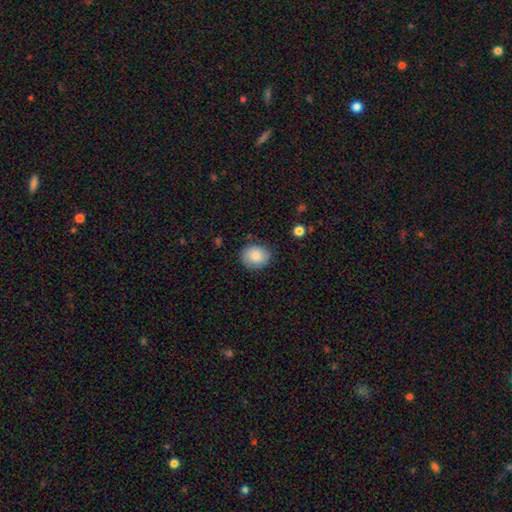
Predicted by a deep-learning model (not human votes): Q: Smooth or featured?
A: smooth (87%); runner-up: star or artifact (7%)
Q: How rounded?
A: round (62%); runner-up: in between (37%)
Q: Merging?
A: none (82%); runner-up: minor disturbance (13%)